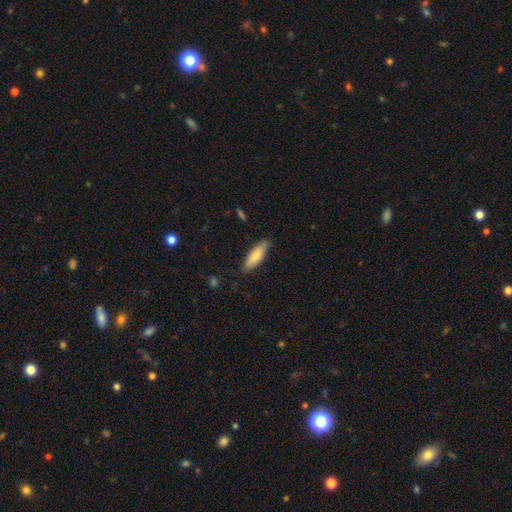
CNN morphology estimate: This is likely a smooth galaxy (77%). How rounded: possibly in between (59%). Merging: likely none (79%).